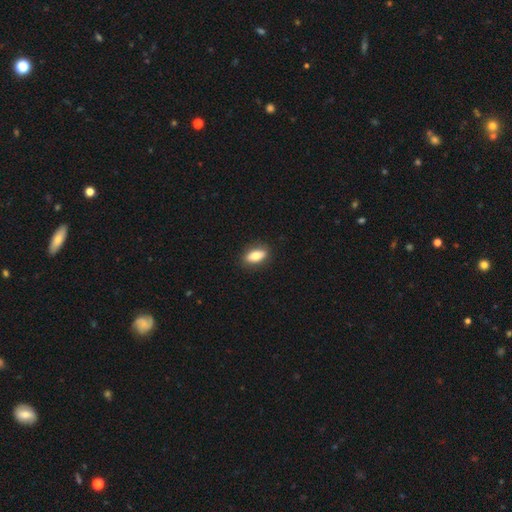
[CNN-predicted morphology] This appears to be a smooth galaxy with no disk features (79%) that is in between round and cigar-shaped (86%). Merging: none (87%).